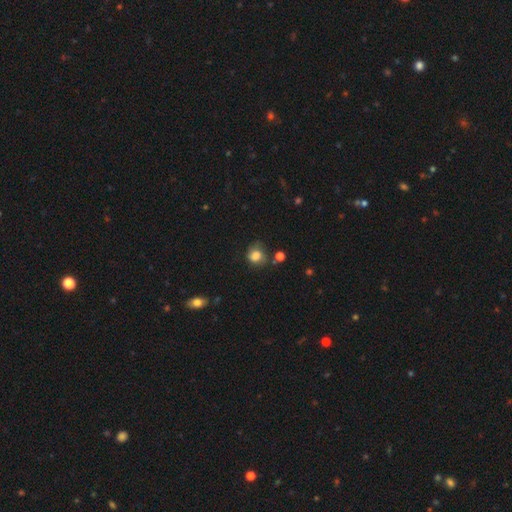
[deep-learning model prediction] The model was most divided on "merging": none: 57%, minor disturbance: 26%, major disturbance: 11%, merger: 6%. More confident: smooth or featured — smooth (75%); how rounded — round (71%).